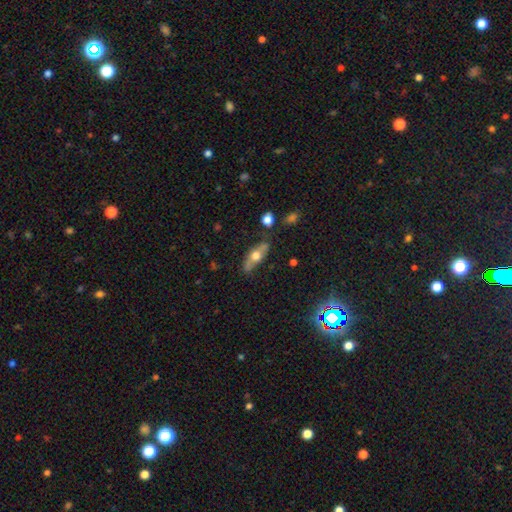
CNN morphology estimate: This appears to be a smooth galaxy with no disk features (50%) that is in between round and cigar-shaped (65%). Merging: none (72%).